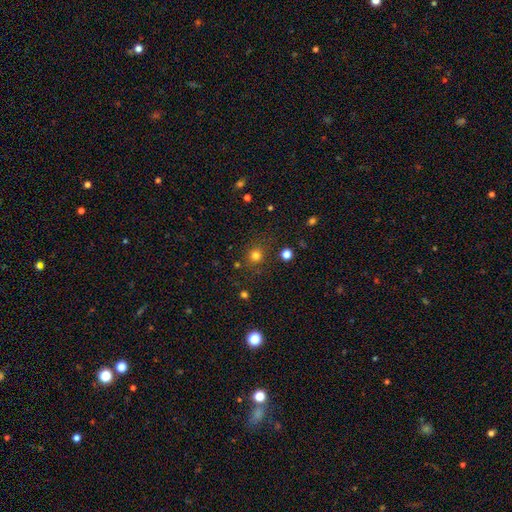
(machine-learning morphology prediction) Smooth or featured? Predicted: smooth (p=0.77). How rounded? Predicted: round (p=0.90). Merging? Predicted: none (p=0.82).